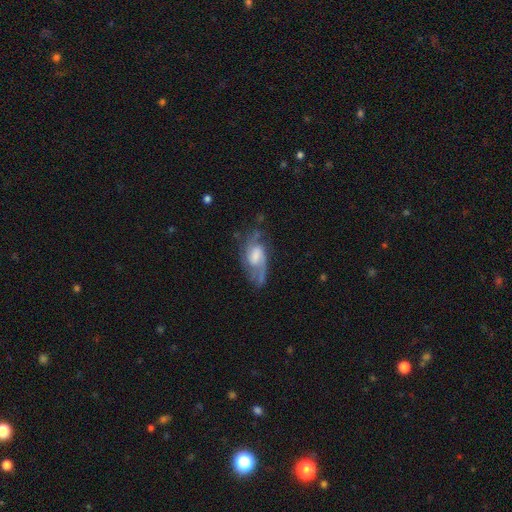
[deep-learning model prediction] smooth_or_featured: featured or disk (p=0.75) [alt: smooth p=0.18]
disk_edge_on: no (p=0.94) [alt: yes p=0.06]
bar: weak (p=0.45) [alt: no p=0.44]
has_spiral_arms: yes (p=0.91) [alt: no p=0.09]
spiral_winding: medium (p=0.47) [alt: loose p=0.26]
spiral_arm_count: 2 (p=0.54) [alt: can't tell p=0.19]
bulge_size: moderate (p=0.39) [alt: large p=0.22]
merging: none (p=0.57) [alt: minor disturbance p=0.24]